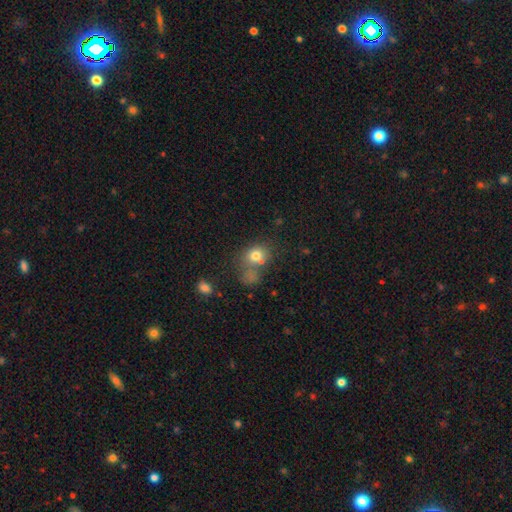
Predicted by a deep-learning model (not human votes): This is likely a smooth galaxy (73%). How rounded: possibly round (57%). Merging: marginally merger (36%, tied with none).